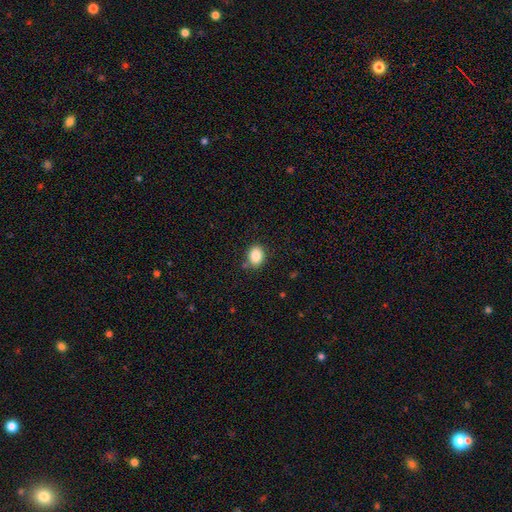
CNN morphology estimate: type=smooth (87%); roundness=in between (55%); merging=none (80%).